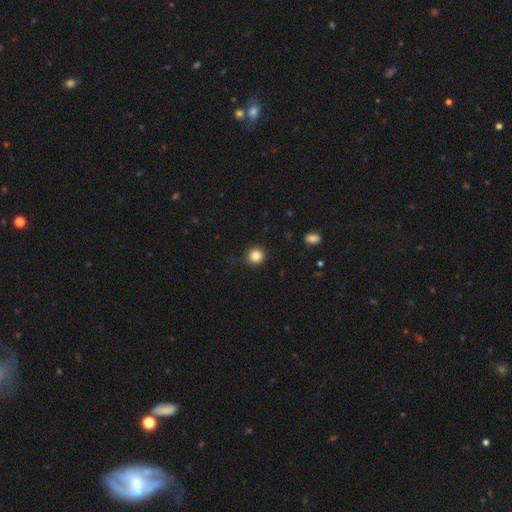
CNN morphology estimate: A smooth galaxy with no disk features (84%) that is round (91%). Merging: none (89%).